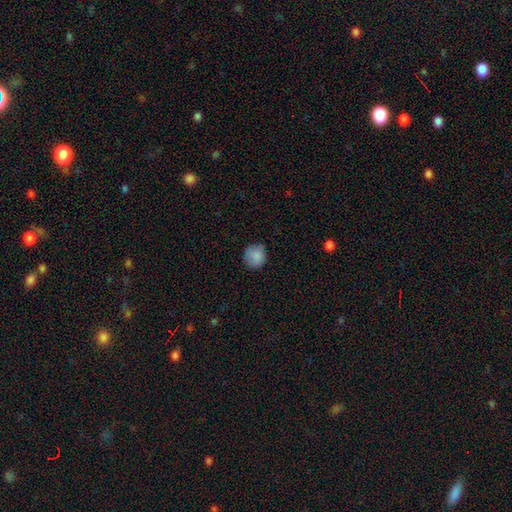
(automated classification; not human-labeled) A smooth galaxy with no disk features (87%) that is round (89%). Merging: none (80%).